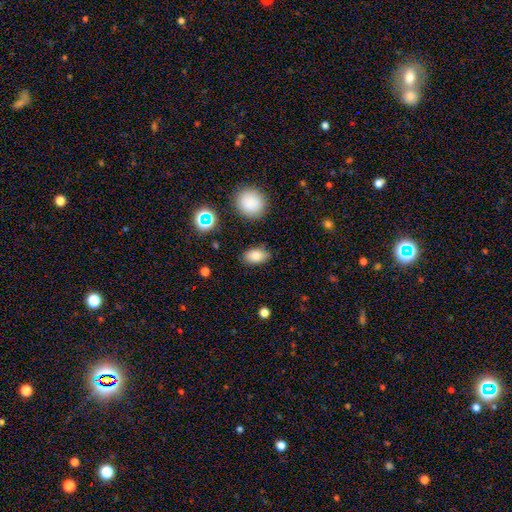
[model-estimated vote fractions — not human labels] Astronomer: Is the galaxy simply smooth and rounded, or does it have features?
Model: smooth — 81%.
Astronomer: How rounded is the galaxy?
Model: in between — 88%.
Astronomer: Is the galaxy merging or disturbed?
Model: none — 83%.